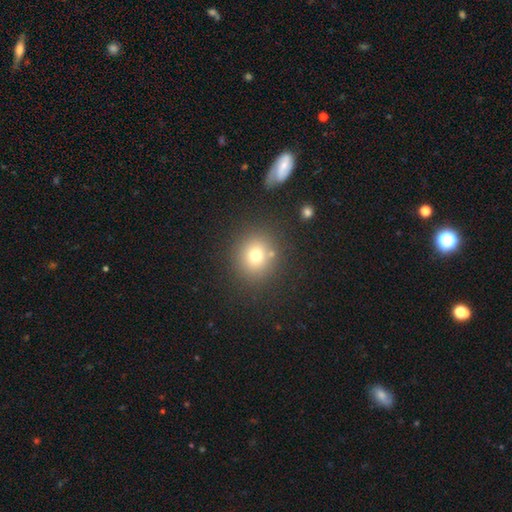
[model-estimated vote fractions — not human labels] smooth 72%, star or artifact 17%, featured or disk 11%. Down the decision tree: how rounded — round (86%); merging — none (83%).